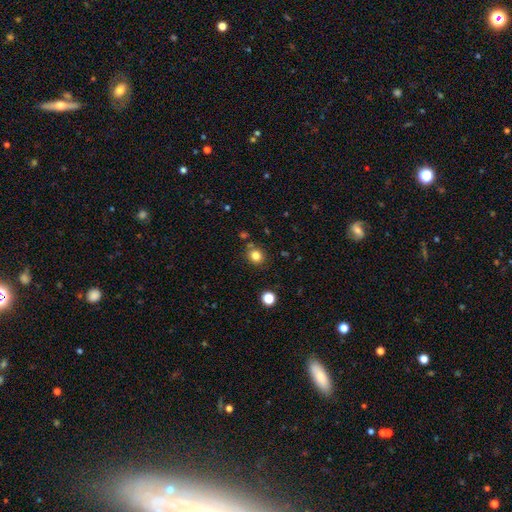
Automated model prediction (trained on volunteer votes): smooth_or_featured: smooth (p=0.82) [alt: star or artifact p=0.13]
how_rounded: round (p=0.81) [alt: in between p=0.18]
merging: none (p=0.81) [alt: minor disturbance p=0.10]